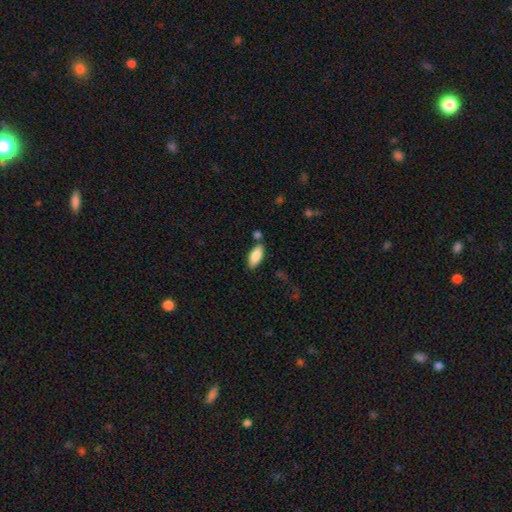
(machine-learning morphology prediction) Smooth or featured? Predicted: smooth (p=0.86). How rounded? Predicted: in between (p=0.85). Merging? Predicted: none (p=0.77).